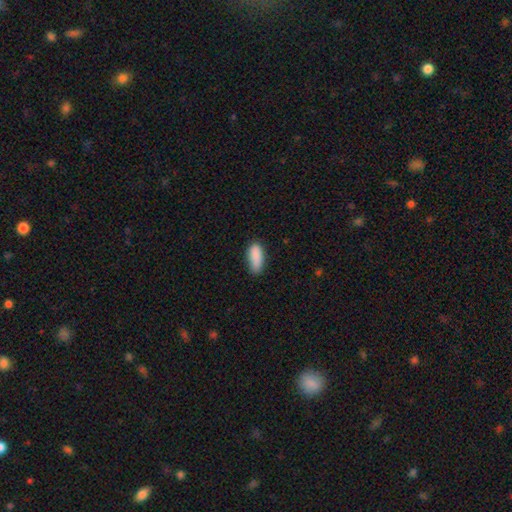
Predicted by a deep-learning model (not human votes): Smooth or featured? Predicted: smooth (p=0.87). How rounded? Predicted: in between (p=0.77). Merging? Predicted: none (p=0.71).